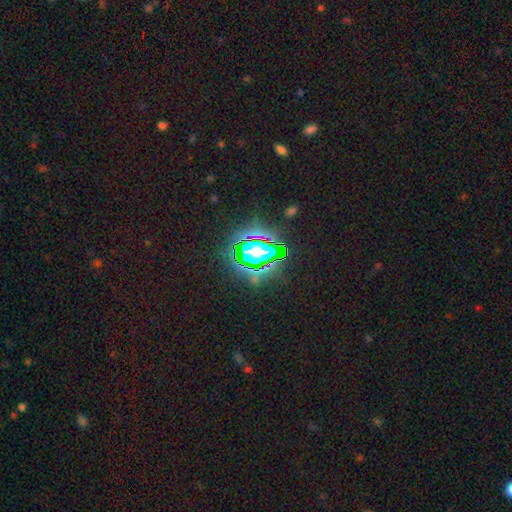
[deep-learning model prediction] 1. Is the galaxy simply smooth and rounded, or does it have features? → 74% star or artifact, 15% smooth, 11% featured or disk.